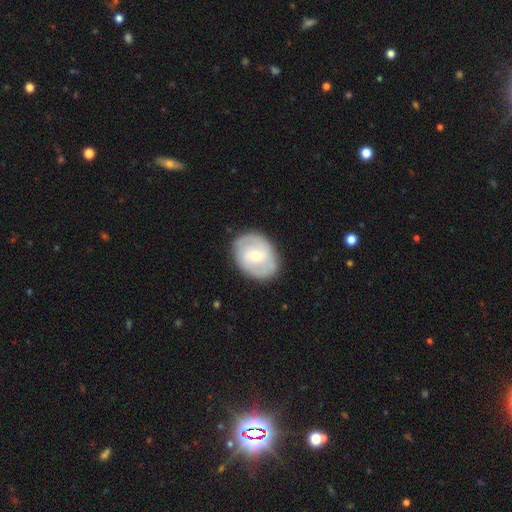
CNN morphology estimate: The model was most divided on "bulge size": small: 54%, moderate: 42%, large: 2%, none: 1%, dominant: 1%. More confident: edge-on disk — no (97%); merging — none (81%); spiral arms — yes (76%); smooth or featured — featured or disk (64%); bar — no (51%).